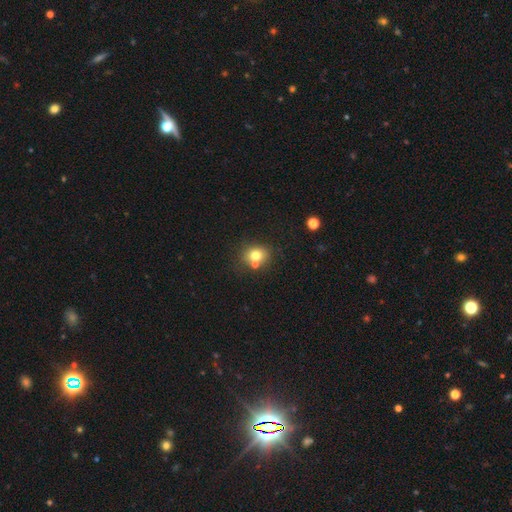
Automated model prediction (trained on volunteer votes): A smooth galaxy with no disk features (75%) that is round (66%). Merging: none (61%).